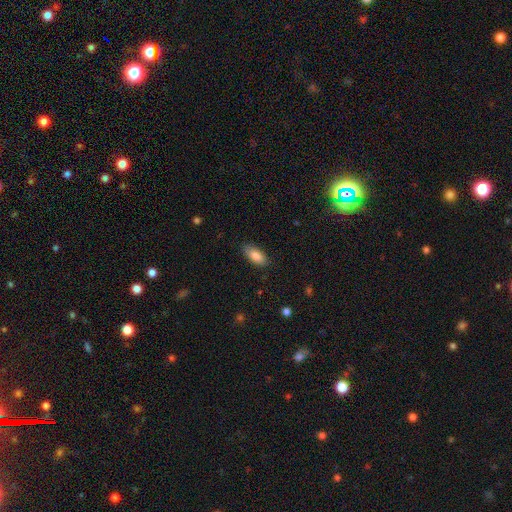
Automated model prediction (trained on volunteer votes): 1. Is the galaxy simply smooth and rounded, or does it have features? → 84% smooth, 9% featured or disk, 7% star or artifact.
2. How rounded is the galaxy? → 86% in between, 12% cigar-shaped, 2% round.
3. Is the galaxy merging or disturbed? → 84% none, 13% minor disturbance, 3% major disturbance, 1% merger.